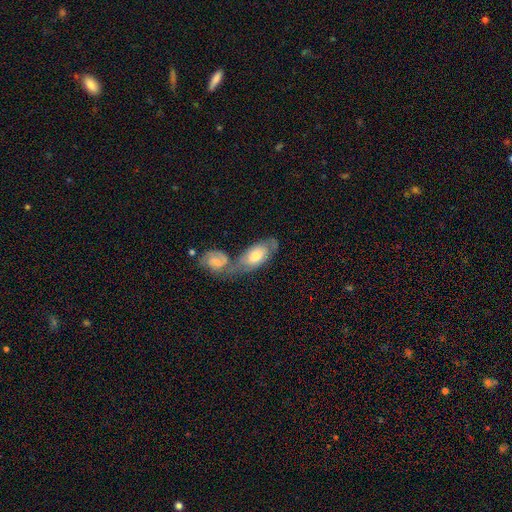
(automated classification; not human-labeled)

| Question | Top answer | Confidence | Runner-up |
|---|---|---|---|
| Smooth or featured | smooth | 51% | featured or disk (43%) |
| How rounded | in between | 88% | cigar-shaped (7%) |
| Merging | merger | 54% | none (26%) |